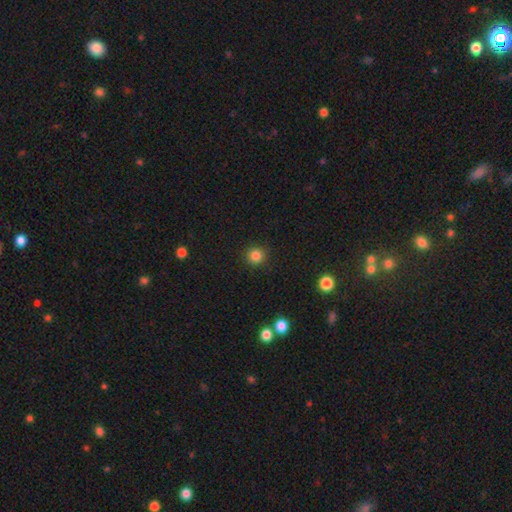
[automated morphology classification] Smooth or featured?
  - smooth: 83% *
  - star or artifact: 12%
  - featured or disk: 4%
How rounded?
  - round: 93% *
  - in between: 6%
  - cigar-shaped: 1%
Merging?
  - none: 92% *
  - minor disturbance: 5%
  - major disturbance: 2%
  - merger: 1%